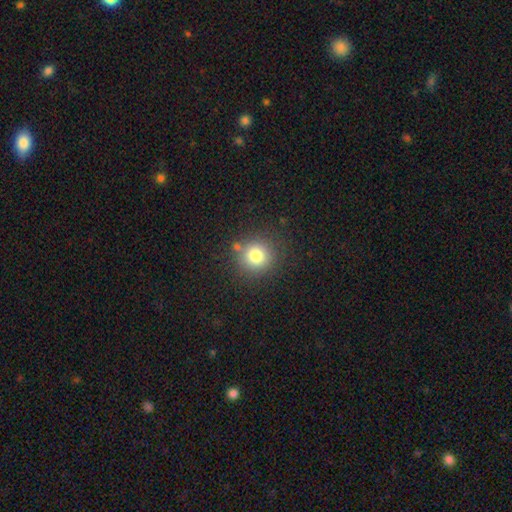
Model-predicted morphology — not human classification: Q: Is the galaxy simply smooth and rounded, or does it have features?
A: smooth — 79%.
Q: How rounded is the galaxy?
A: round — 92%.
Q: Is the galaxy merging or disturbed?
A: none — 82%.